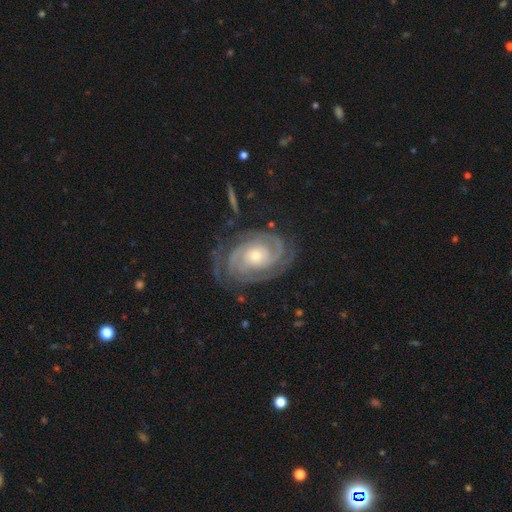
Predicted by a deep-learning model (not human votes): The model was most divided on "bulge size": moderate: 48%, small: 46%, large: 4%, none: 1%, dominant: 1%. More confident: spiral arms — yes (98%); edge-on disk — no (97%); smooth or featured — featured or disk (90%); spiral winding — tight (75%); merging — none (74%); bar — no (74%); spiral arm count — 2 (58%).